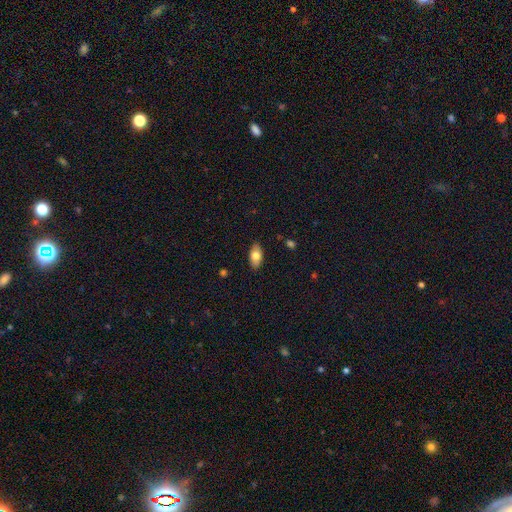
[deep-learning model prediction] This is likely a smooth galaxy (76%). How rounded: clearly in between (91%). Merging: clearly none (87%).